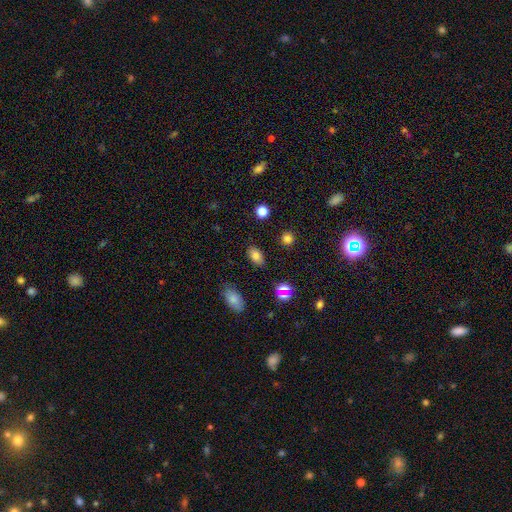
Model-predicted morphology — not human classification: A smooth galaxy with no disk features (79%) that is in between round and cigar-shaped (89%). Merging: none (85%).